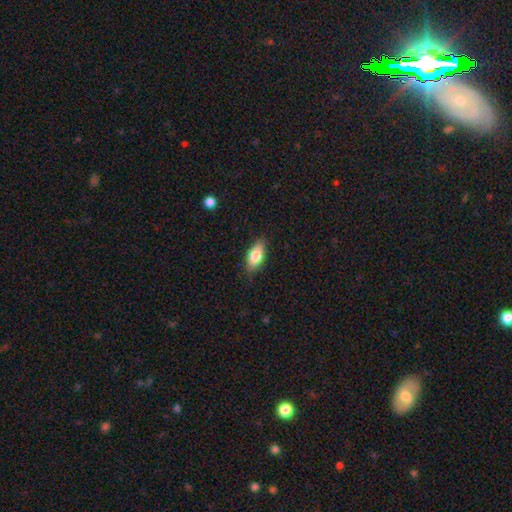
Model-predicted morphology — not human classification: Q: Smooth or featured?
A: smooth (76%); runner-up: featured or disk (17%)
Q: How rounded?
A: in between (83%); runner-up: cigar-shaped (14%)
Q: Merging?
A: none (83%); runner-up: minor disturbance (14%)